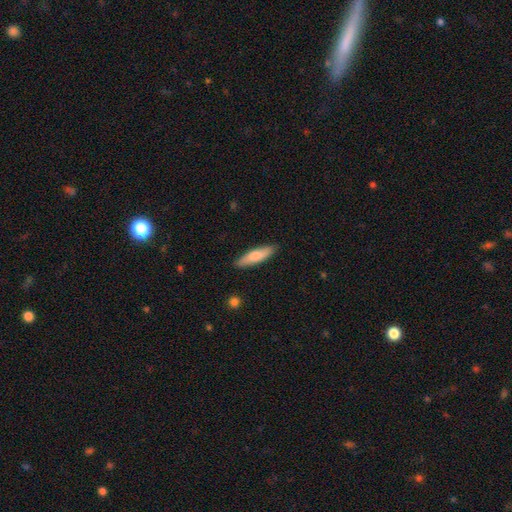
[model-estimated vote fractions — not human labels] smooth_or_featured: smooth (p=0.75) [alt: featured or disk p=0.20]
how_rounded: cigar-shaped (p=0.64) [alt: in between p=0.34]
merging: none (p=0.87) [alt: minor disturbance p=0.10]